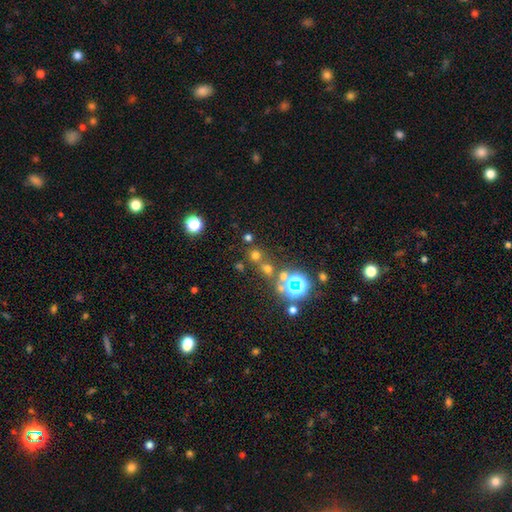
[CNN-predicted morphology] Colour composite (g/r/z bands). It shows a smooth galaxy with no disk features (49%). Merging: none (66%).